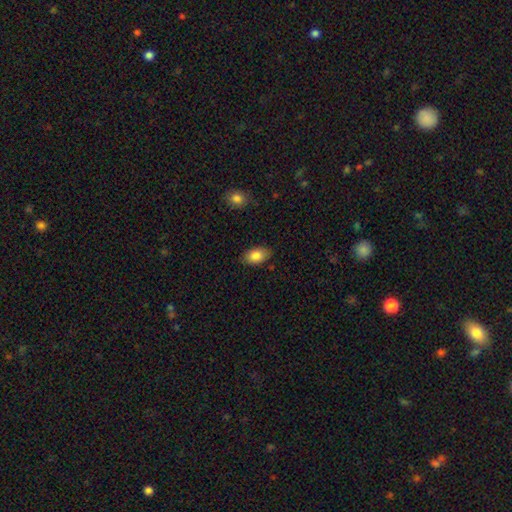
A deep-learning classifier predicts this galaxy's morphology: Overall: smooth (85%). How rounded: in between (91%). Merging: none (84%).